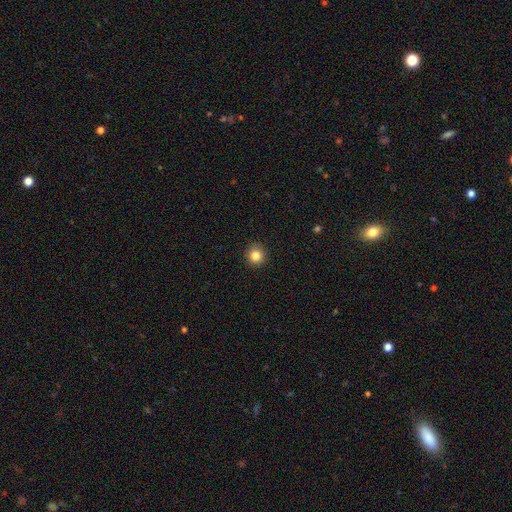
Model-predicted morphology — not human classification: smooth_or_featured: smooth (p=0.84) [alt: star or artifact p=0.11]
how_rounded: round (p=0.94) [alt: in between p=0.05]
merging: none (p=0.92) [alt: minor disturbance p=0.06]